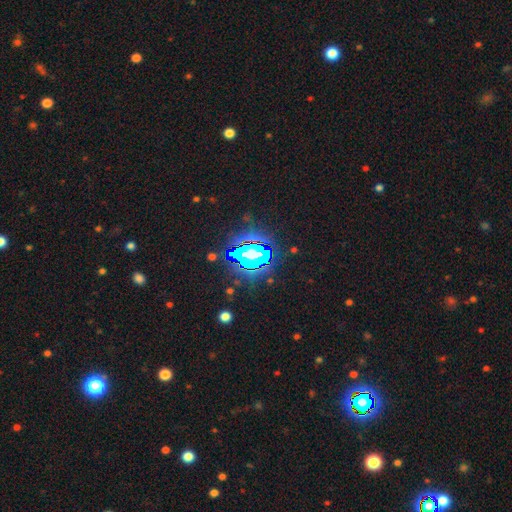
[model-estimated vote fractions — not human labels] Smooth or featured? star or artifact (79%)